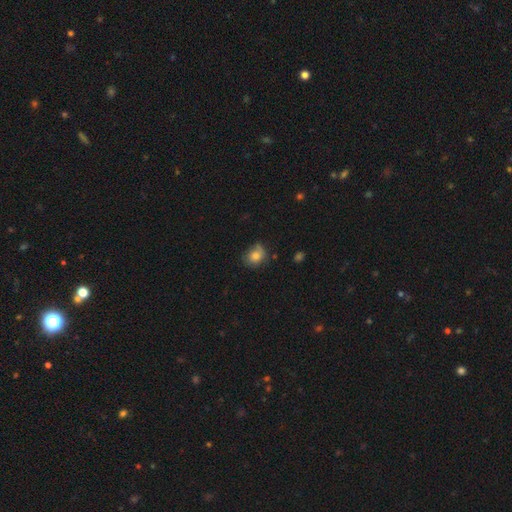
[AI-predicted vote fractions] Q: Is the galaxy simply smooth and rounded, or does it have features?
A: smooth — 77%.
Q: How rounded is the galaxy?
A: round — 66%.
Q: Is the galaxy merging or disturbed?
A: none — 60%.